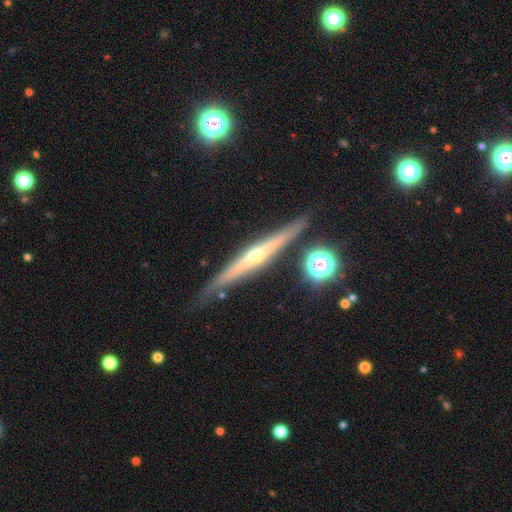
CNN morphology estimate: smooth-or-featured: featured or disk: 81% | smooth: 13% | star or artifact: 6%
  disk-edge-on: yes: 97% | no: 3%
    edge-on-bulge: rounded: 78% | none: 17% | boxy: 5%
  merging: none: 84% | minor disturbance: 11% | merger: 3% | major disturbance: 2%